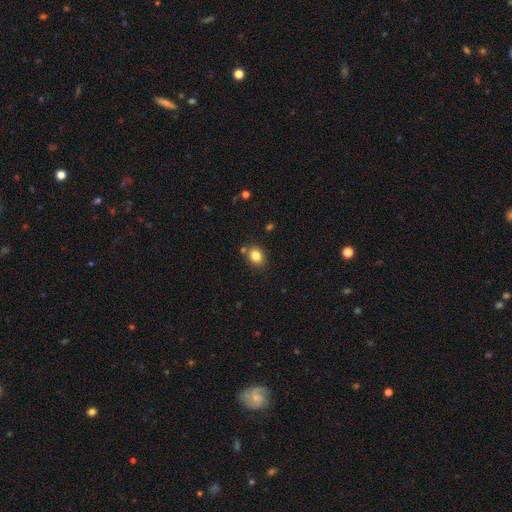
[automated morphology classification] type=smooth (83%); roundness=round (56%); merging=none (79%).